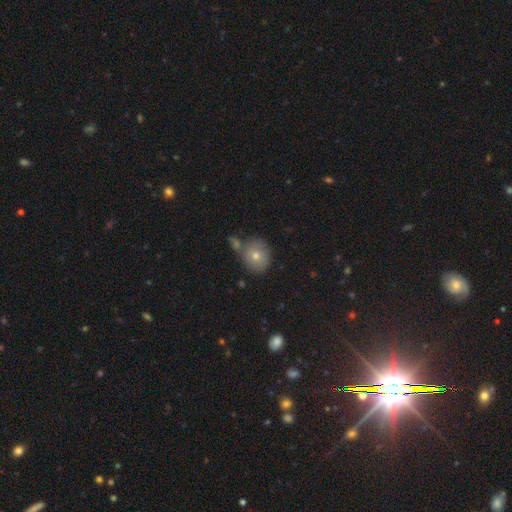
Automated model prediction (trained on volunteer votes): The model was most divided on "smooth or featured": smooth: 69%, featured or disk: 17%, star or artifact: 14%. More confident: how rounded — round (81%); merging — none (71%).